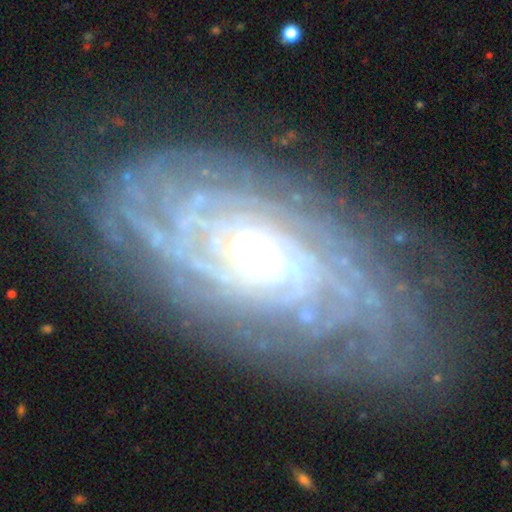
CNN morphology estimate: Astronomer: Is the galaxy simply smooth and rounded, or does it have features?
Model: featured or disk — 89%.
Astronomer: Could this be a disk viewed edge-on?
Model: no — 93%.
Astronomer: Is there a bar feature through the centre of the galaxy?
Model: no — 56%.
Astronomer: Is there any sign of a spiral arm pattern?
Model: yes — 95%.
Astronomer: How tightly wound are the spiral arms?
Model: tight — 80%.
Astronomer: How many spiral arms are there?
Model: can't tell — 35% (runner-up: more than 4, 25%).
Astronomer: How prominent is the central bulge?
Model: moderate — 68%.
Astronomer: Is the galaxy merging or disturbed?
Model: none — 72%.